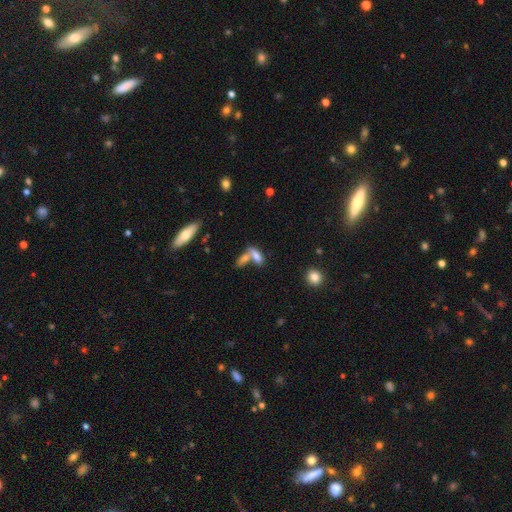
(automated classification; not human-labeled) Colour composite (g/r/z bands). It shows a smooth galaxy with no disk features (72%) that is in between round and cigar-shaped (69%). Merging: merger (53%).